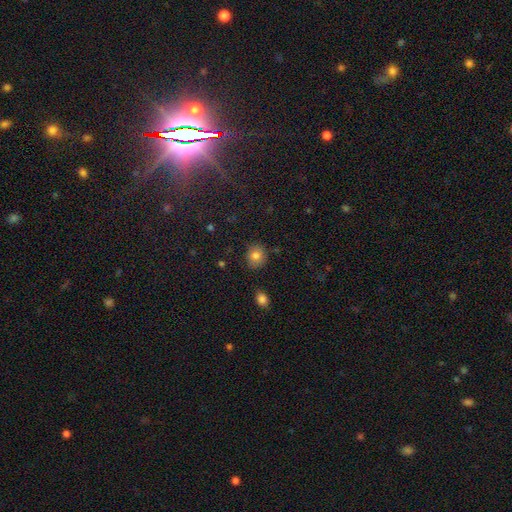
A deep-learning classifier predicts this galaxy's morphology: Smooth or featured?
  - smooth: 82% *
  - star or artifact: 10%
  - featured or disk: 8%
How rounded?
  - round: 76% *
  - in between: 23%
  - cigar-shaped: 1%
Merging?
  - none: 85% *
  - minor disturbance: 11%
  - major disturbance: 2%
  - merger: 2%